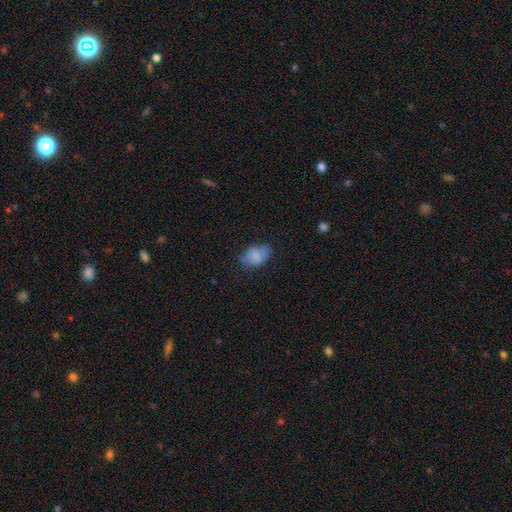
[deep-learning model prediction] Smooth or featured? smooth (79%)
How rounded? in between (85%)
Merging? none (58%)